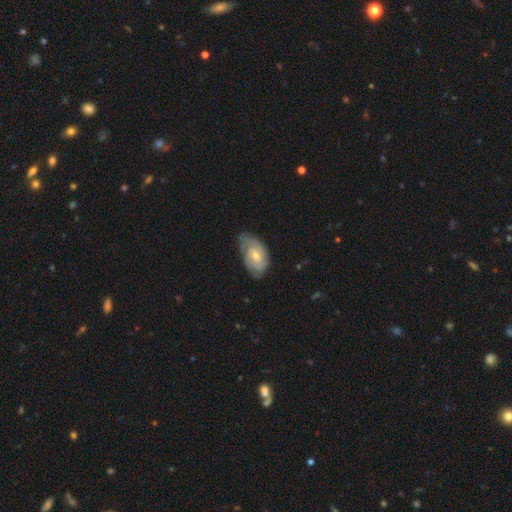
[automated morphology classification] featured or disk 64%, smooth 30%, star or artifact 6%. Down the decision tree: edge-on disk — no (95%); bar — no (52%); spiral arms — yes (86%); spiral arm count — 2 (47%); spiral winding — tight (53%); bulge size — moderate (50%); merging — none (54%).